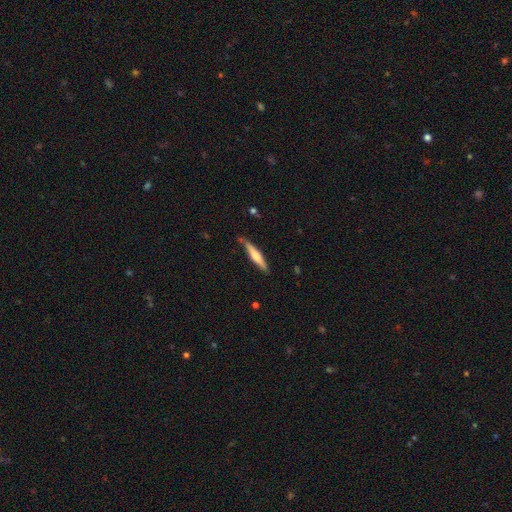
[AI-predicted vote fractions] Smooth or featured?
  - smooth: 50% *
  - featured or disk: 45%
  - star or artifact: 5%
How rounded?
  - cigar-shaped: 89% *
  - in between: 9%
  - round: 1%
Merging?
  - none: 82% *
  - minor disturbance: 13%
  - merger: 2%
  - major disturbance: 2%